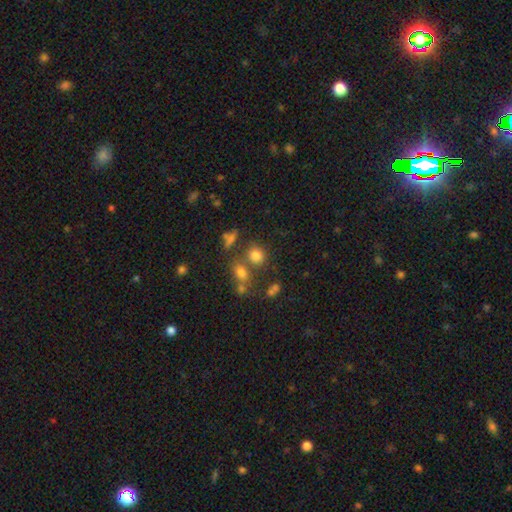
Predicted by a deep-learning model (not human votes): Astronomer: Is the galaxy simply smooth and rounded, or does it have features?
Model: smooth — 76%.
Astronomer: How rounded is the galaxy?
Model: round — 75%.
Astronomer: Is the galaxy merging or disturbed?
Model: none — 61%.